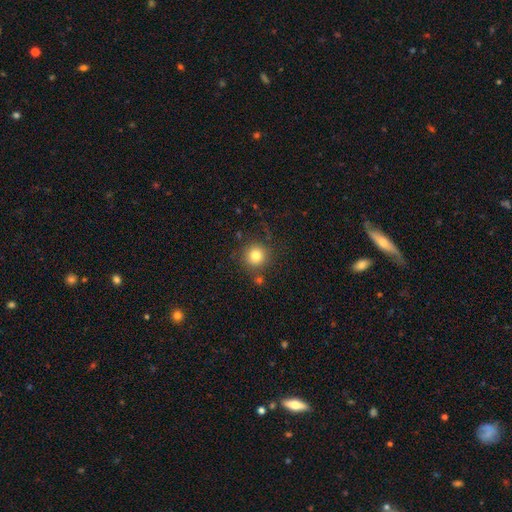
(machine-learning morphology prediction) smooth-or-featured: smooth: 80% | star or artifact: 12% | featured or disk: 8%
  how-rounded: round: 93% | in between: 6% | cigar-shaped: 1%
  merging: none: 80% | minor disturbance: 10% | merger: 6% | major disturbance: 5%